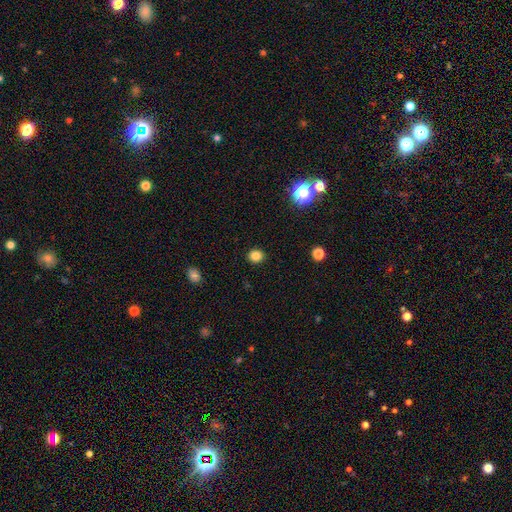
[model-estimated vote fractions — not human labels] smooth 84%, star or artifact 12%, featured or disk 4%. Down the decision tree: how rounded — round (74%); merging — none (91%).